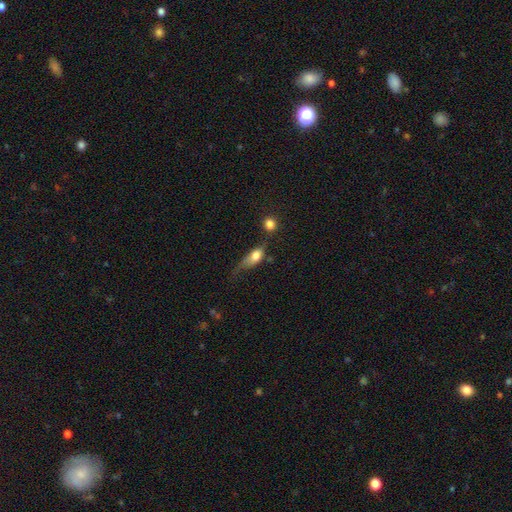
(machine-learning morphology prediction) This appears to be a smooth galaxy with no disk features (69%) that is in between round and cigar-shaped (72%). Merging: major disturbance (34%).